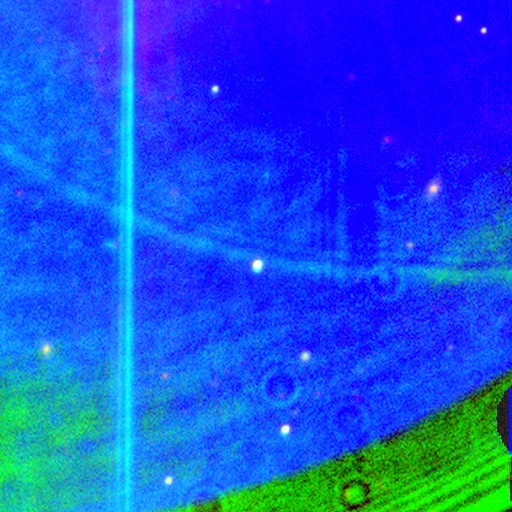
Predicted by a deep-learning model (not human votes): smooth-or-featured: star or artifact: 86% | smooth: 7% | featured or disk: 7%